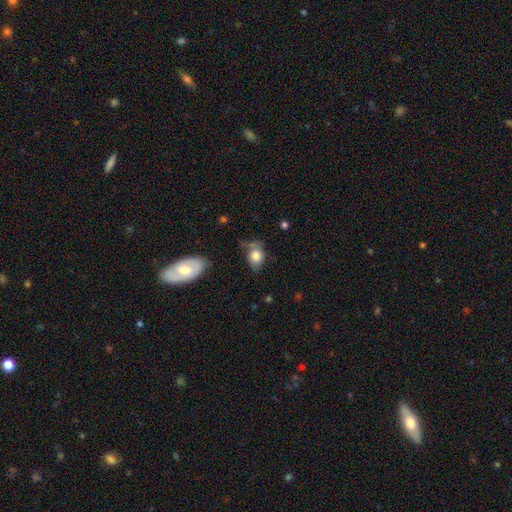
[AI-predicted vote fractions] A smooth galaxy with no disk features (77%) that is in between round and cigar-shaped (71%). Merging: none (47%).